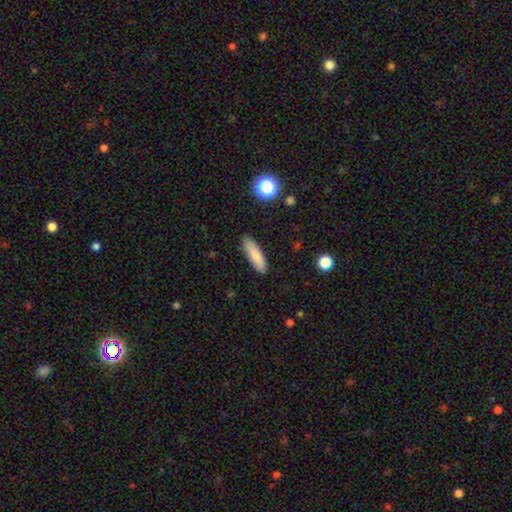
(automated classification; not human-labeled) Smooth or featured?
  - smooth: 82% *
  - featured or disk: 11%
  - star or artifact: 7%
How rounded?
  - cigar-shaped: 59% *
  - in between: 39%
  - round: 2%
Merging?
  - none: 86% *
  - minor disturbance: 10%
  - major disturbance: 2%
  - merger: 1%